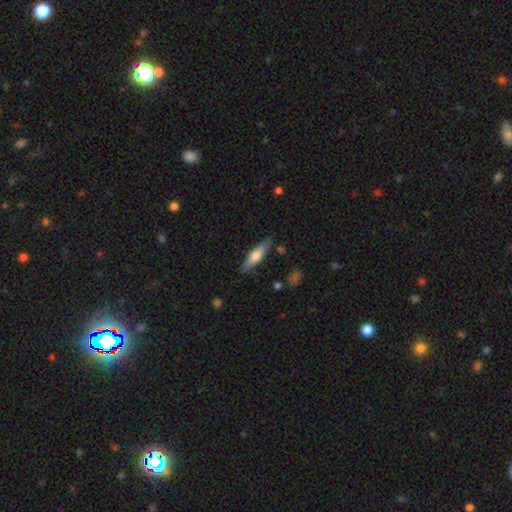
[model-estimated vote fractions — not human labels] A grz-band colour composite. It shows a smooth galaxy with no disk features (59%) that is cigar-shaped (70%). Merging: none (83%).